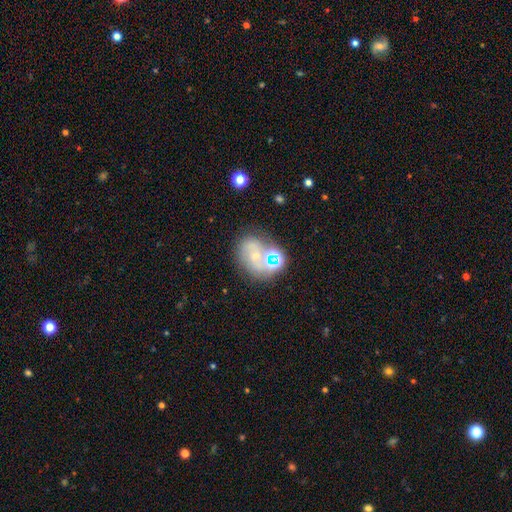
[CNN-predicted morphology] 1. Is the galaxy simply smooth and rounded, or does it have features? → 51% featured or disk, 30% smooth, 20% star or artifact.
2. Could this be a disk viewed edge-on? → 97% no, 3% yes.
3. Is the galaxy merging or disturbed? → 47% none, 21% merger, 19% minor disturbance, 14% major disturbance.